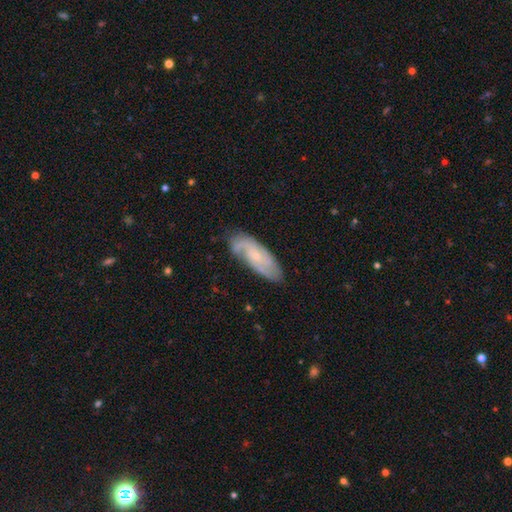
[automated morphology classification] smooth_or_featured: featured or disk (p=0.72) [alt: smooth p=0.22]
disk_edge_on: no (p=0.90) [alt: yes p=0.10]
bar: no (p=0.67) [alt: weak p=0.27]
has_spiral_arms: yes (p=0.92) [alt: no p=0.08]
spiral_winding: tight (p=0.43) [alt: medium p=0.41]
spiral_arm_count: 2 (p=0.47) [alt: can't tell p=0.27]
bulge_size: small (p=0.75) [alt: moderate p=0.19]
merging: none (p=0.72) [alt: minor disturbance p=0.21]